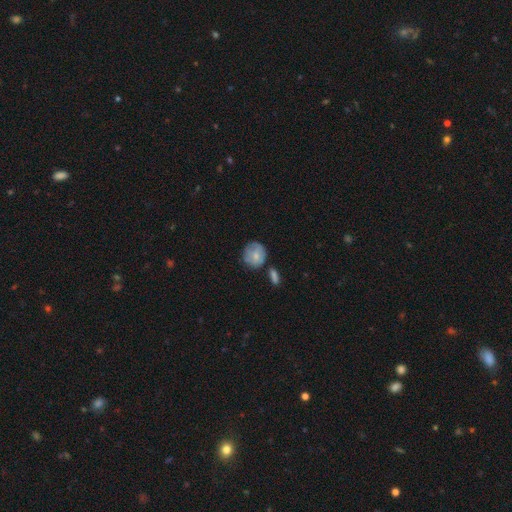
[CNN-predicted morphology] smooth-or-featured: smooth: 67% | featured or disk: 26% | star or artifact: 7%
  how-rounded: round: 80% | in between: 19% | cigar-shaped: 1%
  merging: none: 59% | minor disturbance: 24% | merger: 10% | major disturbance: 7%